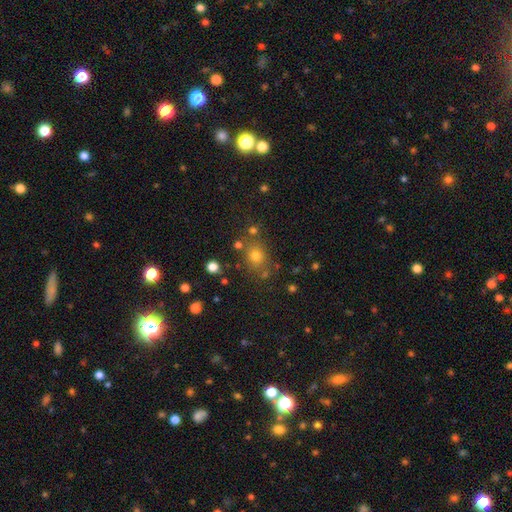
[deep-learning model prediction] smooth_or_featured: smooth (p=0.72) [alt: star or artifact p=0.19]
how_rounded: round (p=0.71) [alt: in between p=0.28]
merging: none (p=0.75) [alt: minor disturbance p=0.11]